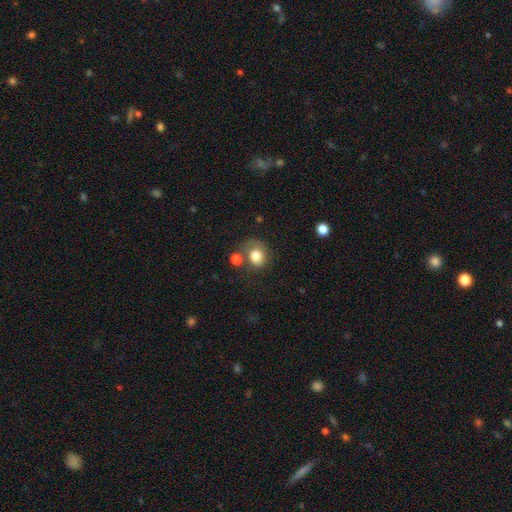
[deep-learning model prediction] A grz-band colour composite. It shows a smooth galaxy with no disk features (79%) that is round (68%). Merging: none (48%).